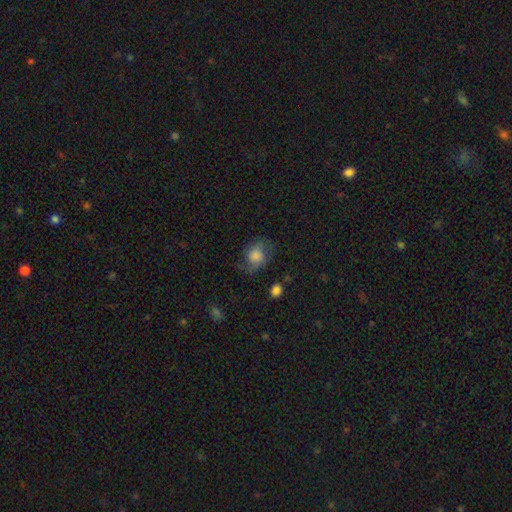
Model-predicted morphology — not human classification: Smooth or featured?
  - smooth: 47% *
  - featured or disk: 42%
  - star or artifact: 11%
Merging?
  - none: 58% *
  - minor disturbance: 24%
  - major disturbance: 17%
  - merger: 2%